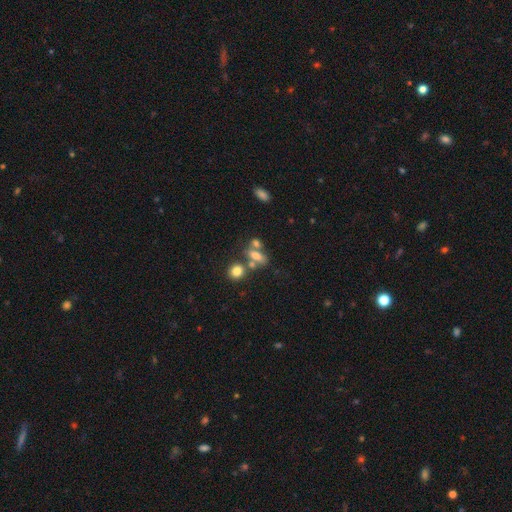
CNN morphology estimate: The model was most divided on "merging": none: 42%, merger: 36%, minor disturbance: 14%, major disturbance: 8%. More confident: how rounded — in between (70%); smooth or featured — smooth (66%).